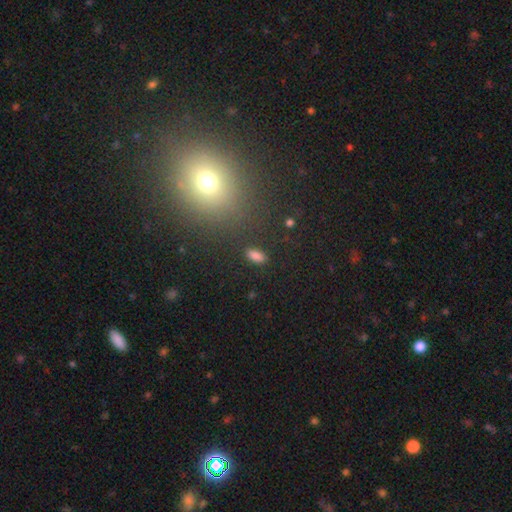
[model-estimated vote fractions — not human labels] This is clearly a smooth galaxy (83%). How rounded: clearly in between (89%). Merging: clearly none (87%).